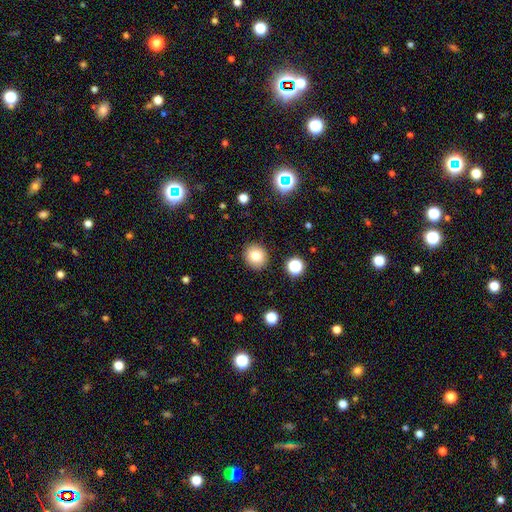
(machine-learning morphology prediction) This is clearly a smooth galaxy (80%). How rounded: likely round (79%). Merging: clearly none (89%).